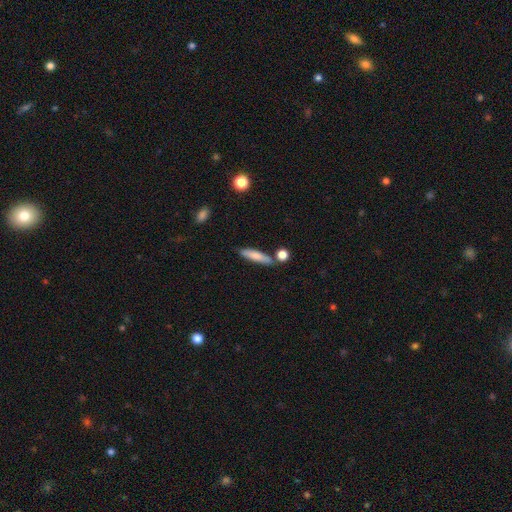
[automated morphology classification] smooth_or_featured: smooth (p=0.76) [alt: featured or disk p=0.17]
how_rounded: cigar-shaped (p=0.79) [alt: in between p=0.19]
merging: none (p=0.75) [alt: minor disturbance p=0.12]